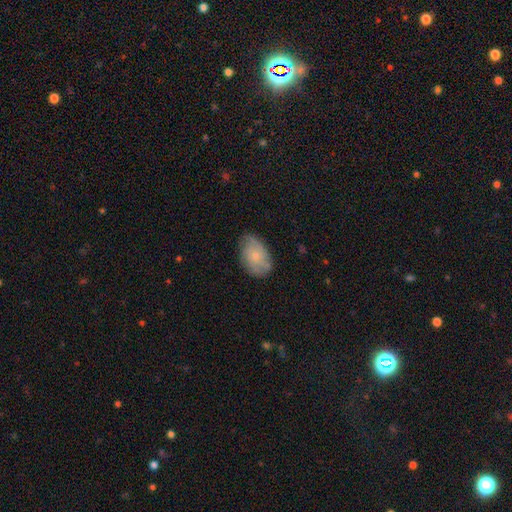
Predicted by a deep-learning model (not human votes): A smooth galaxy with no disk features (48%). Merging: none (69%).